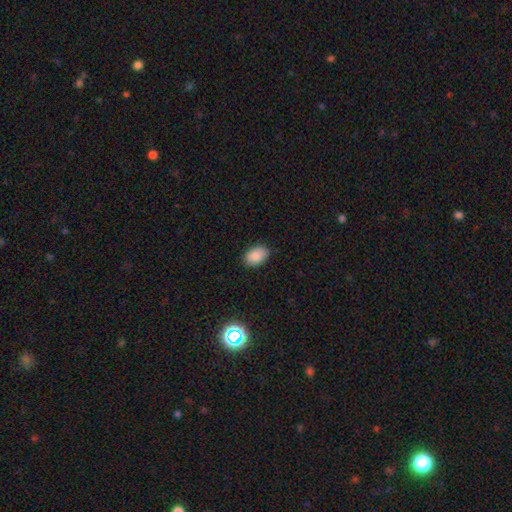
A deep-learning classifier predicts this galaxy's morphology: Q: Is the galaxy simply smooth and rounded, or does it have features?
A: smooth — 86%.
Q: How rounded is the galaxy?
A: in between — 87%.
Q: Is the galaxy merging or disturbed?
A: none — 85%.